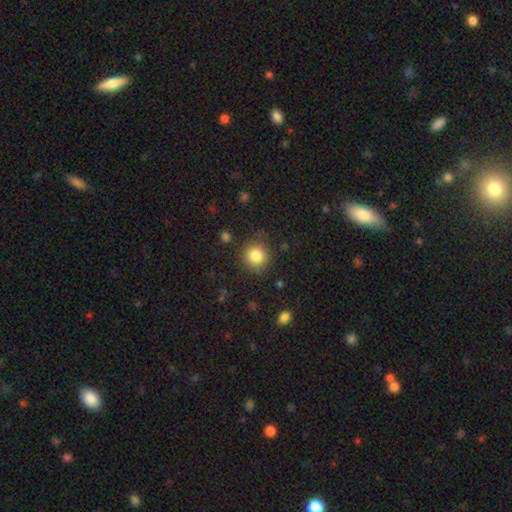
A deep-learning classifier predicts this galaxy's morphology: Q: Smooth or featured?
A: smooth (83%); runner-up: star or artifact (11%)
Q: How rounded?
A: round (92%); runner-up: in between (8%)
Q: Merging?
A: none (86%); runner-up: minor disturbance (9%)